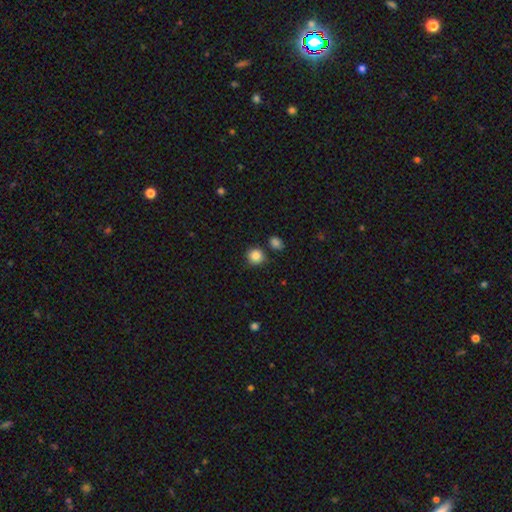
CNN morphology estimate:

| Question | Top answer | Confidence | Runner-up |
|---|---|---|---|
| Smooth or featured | smooth | 86% | star or artifact (10%) |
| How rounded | round | 90% | in between (9%) |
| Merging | none | 81% | minor disturbance (10%) |